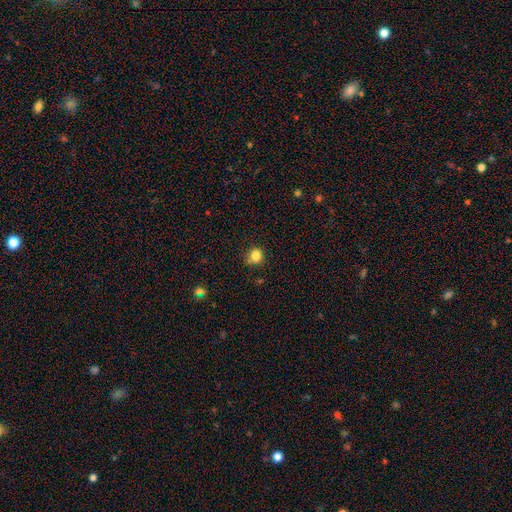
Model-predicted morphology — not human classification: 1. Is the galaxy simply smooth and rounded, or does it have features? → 82% smooth, 12% star or artifact, 6% featured or disk.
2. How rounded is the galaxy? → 86% round, 13% in between, 1% cigar-shaped.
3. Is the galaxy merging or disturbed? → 75% none, 17% minor disturbance, 4% merger, 3% major disturbance.